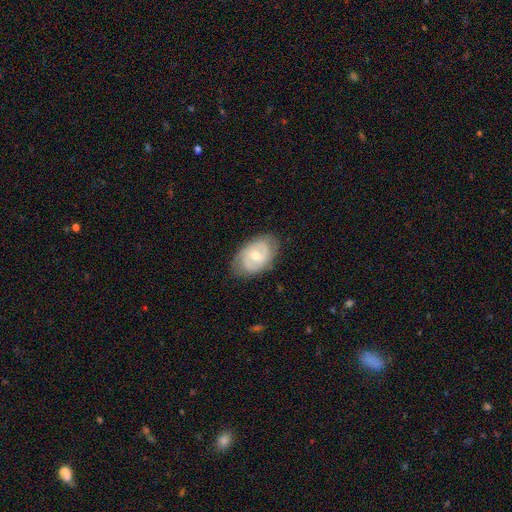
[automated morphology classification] smooth-or-featured: featured or disk: 74% | smooth: 21% | star or artifact: 5%
  disk-edge-on: no: 96% | yes: 4%
    bar: no: 52% | weak: 41% | strong: 7%
    has-spiral-arms: yes: 88% | no: 12%
      spiral-winding: tight: 44% | medium: 43% | loose: 13%
      spiral-arm-count: 2: 76% | can't tell: 14% | 3: 5% | 1: 3% | 4: 1% | more than 4: 1%
    bulge-size: moderate: 56% | small: 40% | large: 2% | none: 1% | dominant: 1%
  merging: none: 78% | minor disturbance: 16% | major disturbance: 4% | merger: 1%